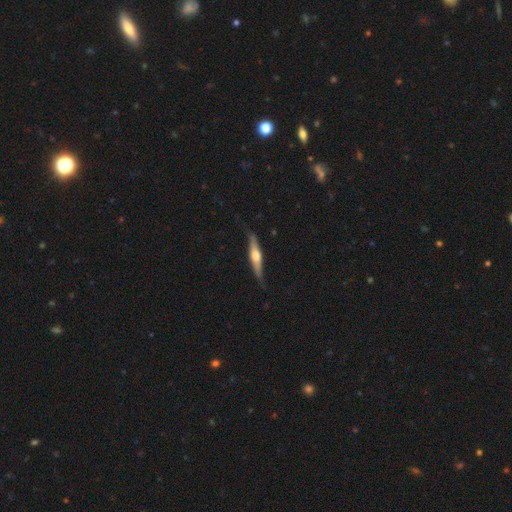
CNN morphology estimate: smooth_or_featured: featured or disk (p=0.64) [alt: smooth p=0.31]
disk_edge_on: yes (p=0.95) [alt: no p=0.05]
edge_on_bulge: rounded (p=0.89) [alt: boxy p=0.07]
merging: none (p=0.79) [alt: minor disturbance p=0.17]